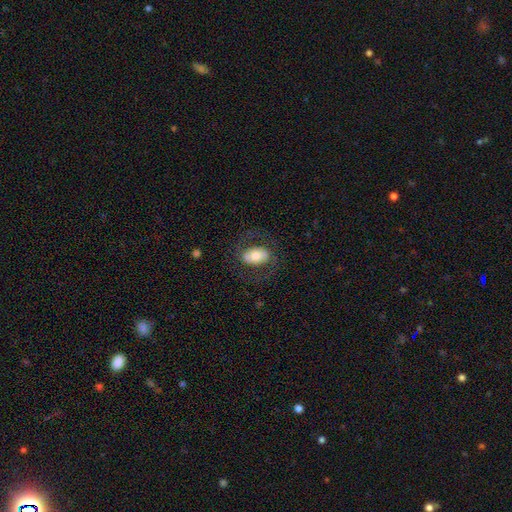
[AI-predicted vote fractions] Overall: smooth (57%; featured or disk 36%). How rounded: in between (88%). Merging: none (73%).